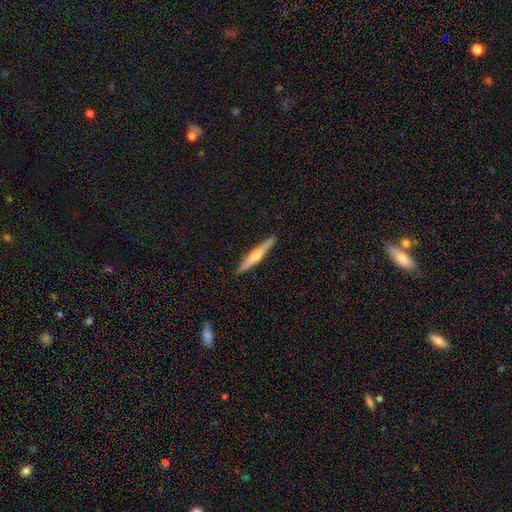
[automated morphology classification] This appears to be a featured or disk galaxy (52%) viewed edge-on (97%) with a rounded central bulge (65%). Merging: none (90%).